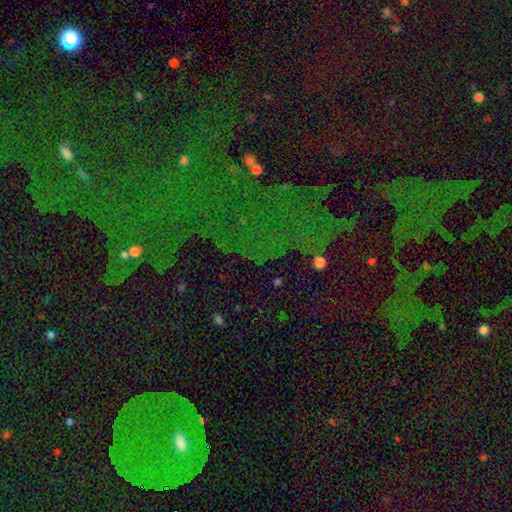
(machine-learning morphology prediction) This appears to be a star or artifact, not a galaxy (77%).